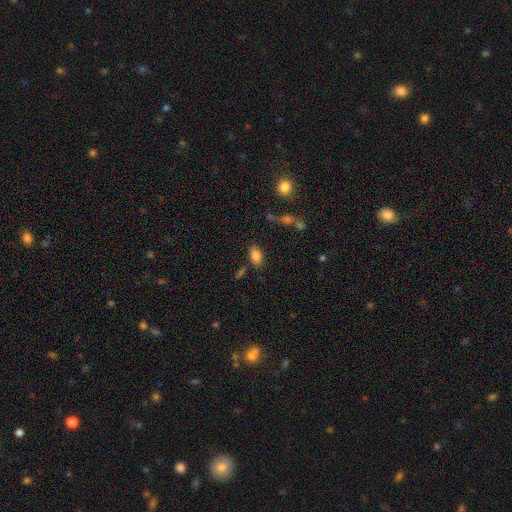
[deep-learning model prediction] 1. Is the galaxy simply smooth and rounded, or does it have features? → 84% smooth, 9% star or artifact, 7% featured or disk.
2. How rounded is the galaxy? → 92% in between, 5% round, 3% cigar-shaped.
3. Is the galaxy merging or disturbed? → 79% none, 12% minor disturbance, 6% merger, 4% major disturbance.